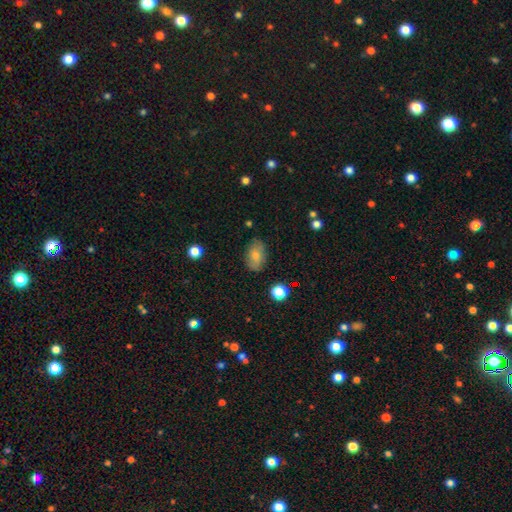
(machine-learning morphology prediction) smooth_or_featured: smooth (p=0.75) [alt: featured or disk p=0.17]
how_rounded: in between (p=0.88) [alt: round p=0.10]
merging: none (p=0.79) [alt: minor disturbance p=0.16]